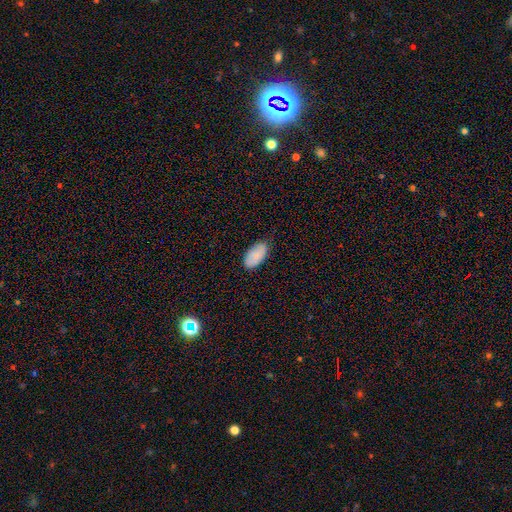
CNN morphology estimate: type=smooth (85%); roundness=in between (95%); merging=none (76%).